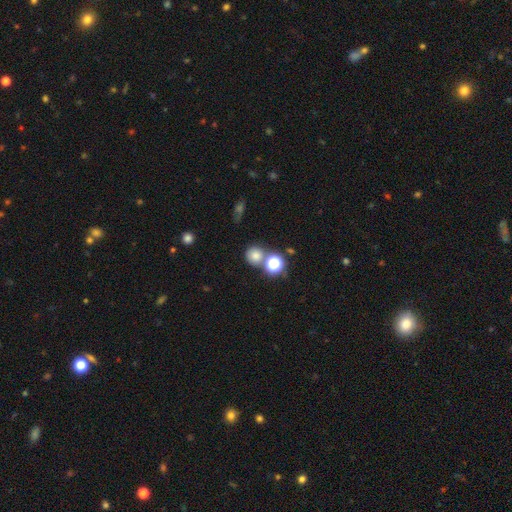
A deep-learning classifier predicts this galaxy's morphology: Q: Smooth or featured?
A: smooth (74%); runner-up: star or artifact (18%)
Q: How rounded?
A: round (88%); runner-up: in between (11%)
Q: Merging?
A: none (64%); runner-up: merger (24%)